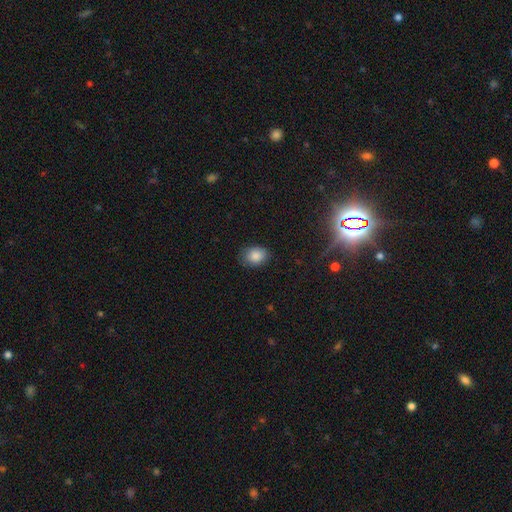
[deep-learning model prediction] Smooth or featured?
  - smooth: 86% *
  - star or artifact: 9%
  - featured or disk: 5%
How rounded?
  - in between: 63% *
  - round: 36%
  - cigar-shaped: 1%
Merging?
  - none: 78% *
  - minor disturbance: 17%
  - major disturbance: 3%
  - merger: 1%